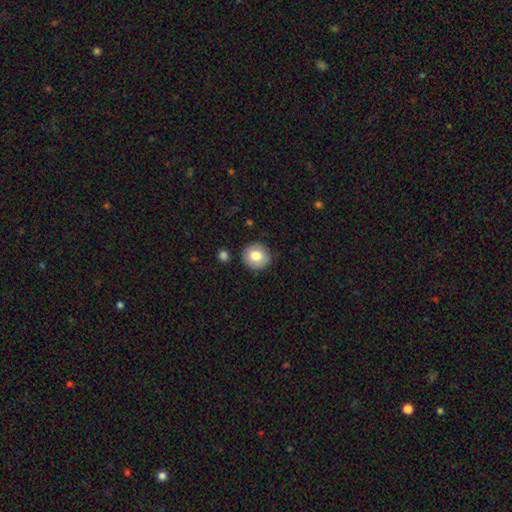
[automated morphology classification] smooth_or_featured: smooth (p=0.79) [alt: featured or disk p=0.12]
how_rounded: round (p=0.89) [alt: in between p=0.10]
merging: none (p=0.87) [alt: minor disturbance p=0.09]